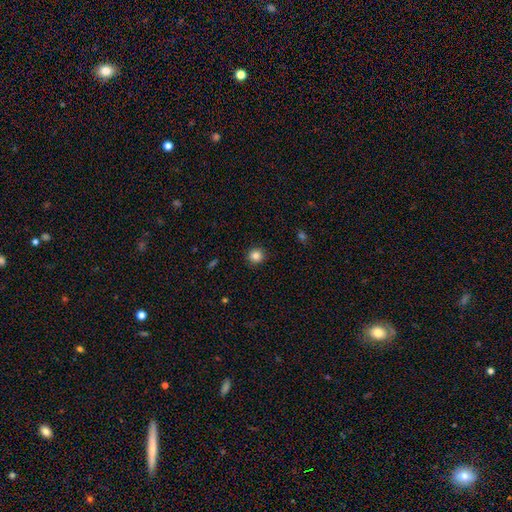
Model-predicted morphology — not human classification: A smooth galaxy with no disk features (84%) that is round (93%).

Vote fractions:
- Smooth or featured? smooth: 84% / star or artifact: 11% / featured or disk: 5%
- How rounded? round: 93% / in between: 6% / cigar-shaped: 1%
- Merging? none: 92% / minor disturbance: 6% / major disturbance: 2% / merger: 1%